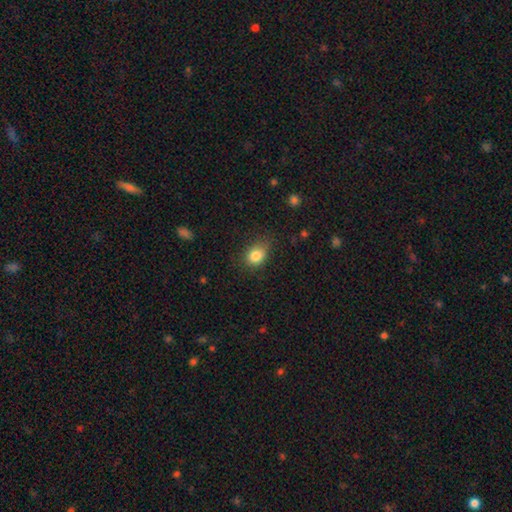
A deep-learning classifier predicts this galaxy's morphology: type=smooth (84%); roundness=in between (57%); merging=none (69%).